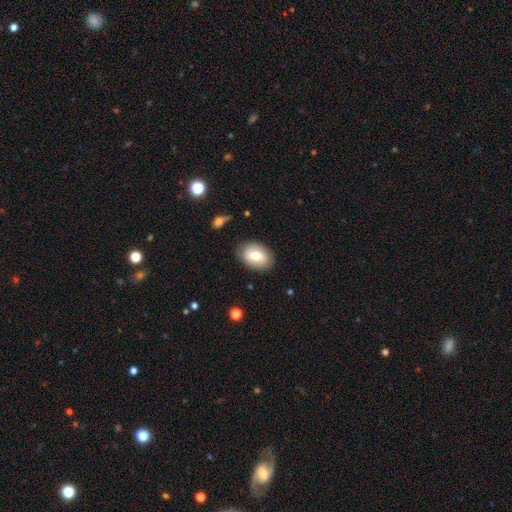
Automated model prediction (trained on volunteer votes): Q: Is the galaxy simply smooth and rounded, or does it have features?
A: smooth — 68%.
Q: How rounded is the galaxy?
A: in between — 83%.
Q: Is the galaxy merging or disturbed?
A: none — 83%.